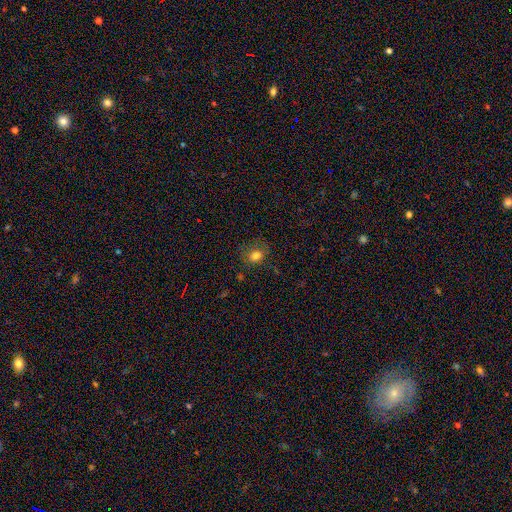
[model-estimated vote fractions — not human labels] A smooth galaxy with no disk features (77%) that is in between round and cigar-shaped (50%).

Vote fractions:
- Smooth or featured? smooth: 77% / star or artifact: 15% / featured or disk: 8%
- How rounded? in between: 50% / round: 49% / cigar-shaped: 1%
- Merging? none: 65% / minor disturbance: 21% / major disturbance: 11% / merger: 2%